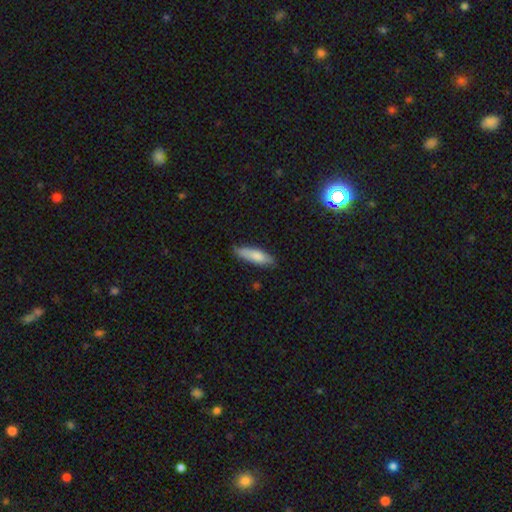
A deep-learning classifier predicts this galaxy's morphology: smooth 80%, featured or disk 14%, star or artifact 6%. Down the decision tree: how rounded — cigar-shaped (62%); merging — none (75%).